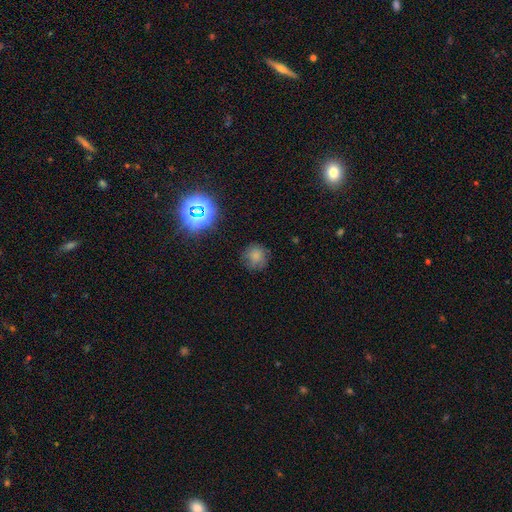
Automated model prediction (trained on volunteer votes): Smooth or featured: smooth — 72% (star or artifact — 18%)
How rounded: round — 87% (in between — 12%)
Merging: none — 73% (minor disturbance — 18%)